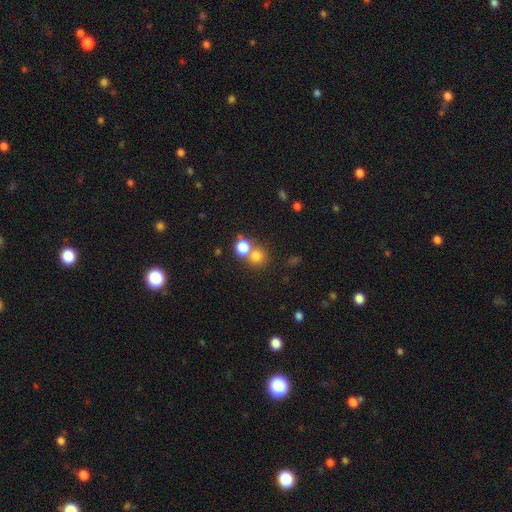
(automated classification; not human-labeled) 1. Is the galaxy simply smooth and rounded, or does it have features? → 76% smooth, 15% star or artifact, 9% featured or disk.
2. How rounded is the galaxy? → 83% round, 16% in between, 1% cigar-shaped.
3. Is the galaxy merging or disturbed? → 49% none, 41% merger, 7% minor disturbance, 4% major disturbance.